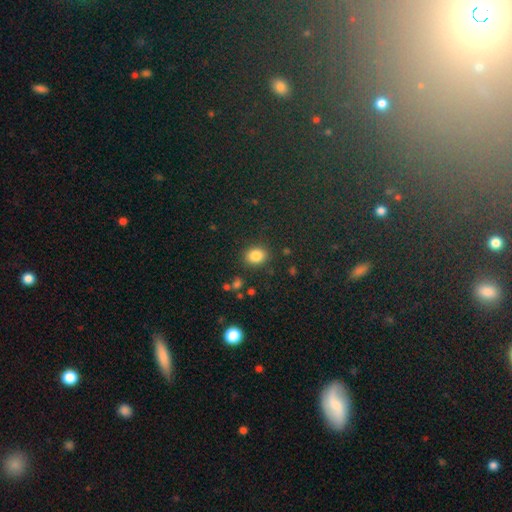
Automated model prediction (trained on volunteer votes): This appears to be a smooth galaxy with no disk features (84%) that is round (51%). Merging: none (85%).